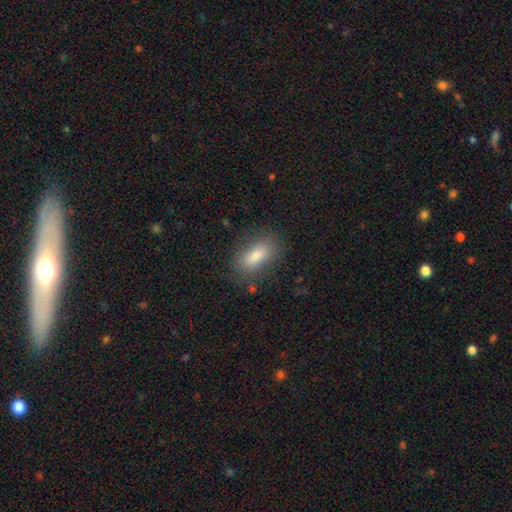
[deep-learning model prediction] Smooth or featured? smooth (80%)
How rounded? in between (82%)
Merging? none (82%)